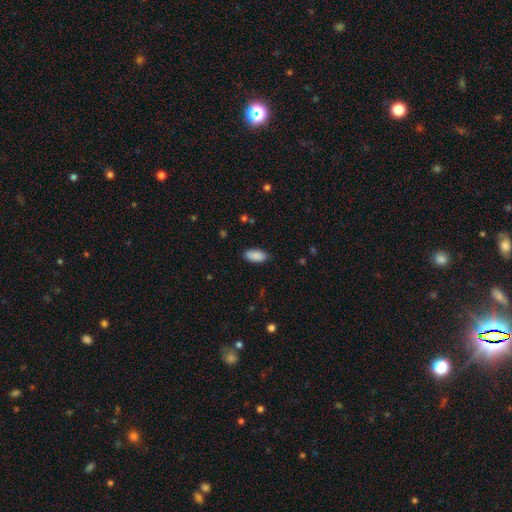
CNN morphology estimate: This is clearly a smooth galaxy (90%). How rounded: clearly in between (91%). Merging: clearly none (85%).